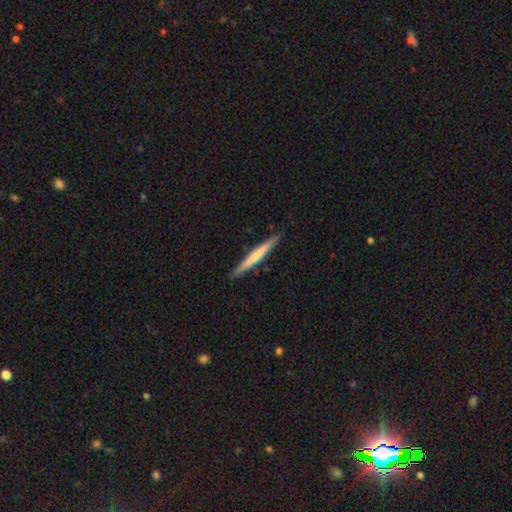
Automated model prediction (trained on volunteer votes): This is possibly a smooth galaxy (52%). How rounded: clearly cigar-shaped (97%). Merging: clearly none (91%).